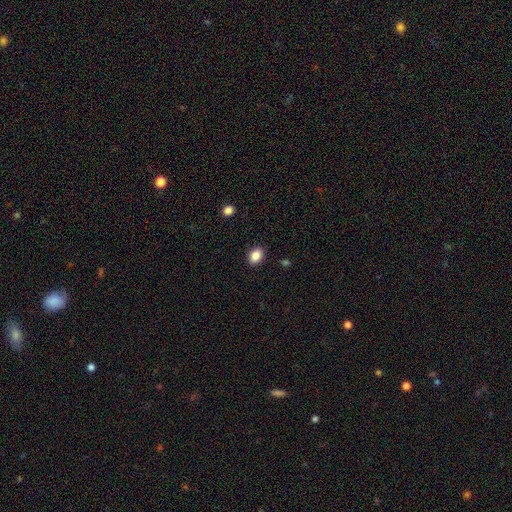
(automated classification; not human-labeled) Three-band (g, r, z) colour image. It shows a smooth galaxy with no disk features (87%) that is in between round and cigar-shaped (72%). Merging: none (89%).